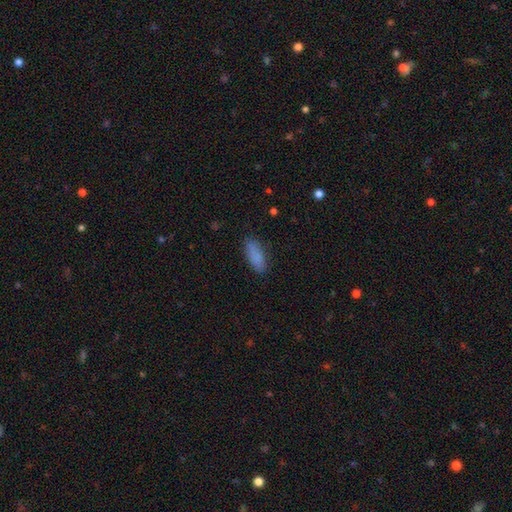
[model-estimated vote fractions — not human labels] This is clearly a smooth galaxy (85%). How rounded: likely in between (70%). Merging: clearly none (82%).